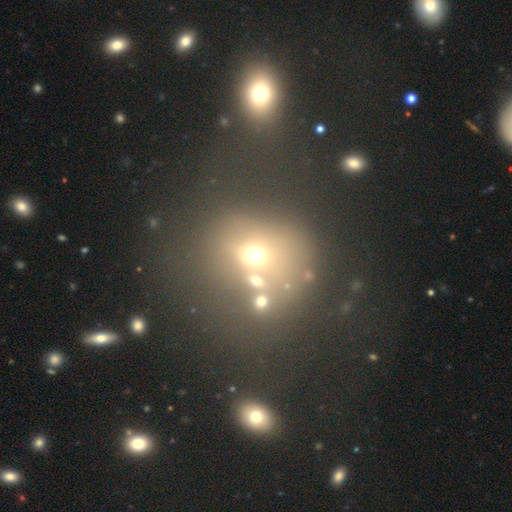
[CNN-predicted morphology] type=smooth (55%); roundness=round (75%); merging=none (48%).